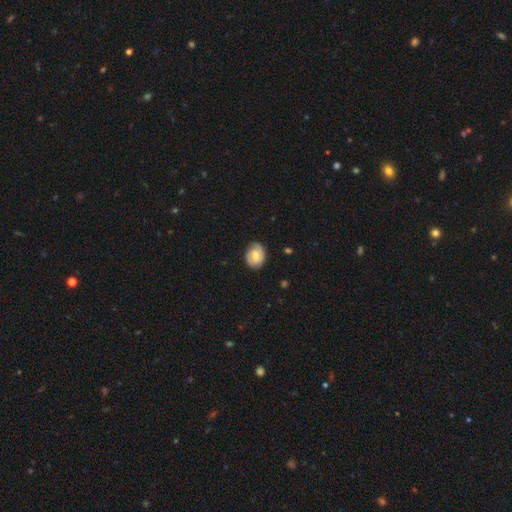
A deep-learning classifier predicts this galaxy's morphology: Smooth or featured?
  - featured or disk: 52% *
  - smooth: 41%
  - star or artifact: 7%
Edge-on disk?
  - no: 97% *
  - yes: 3%
Bar?
  - no: 53% *
  - weak: 39%
  - strong: 8%
Spiral arms?
  - yes: 82% *
  - no: 18%
Bulge size?
  - moderate: 65% *
  - small: 26%
  - large: 6%
  - none: 2%
  - dominant: 1%
Merging?
  - none: 79% *
  - minor disturbance: 16%
  - major disturbance: 4%
  - merger: 1%